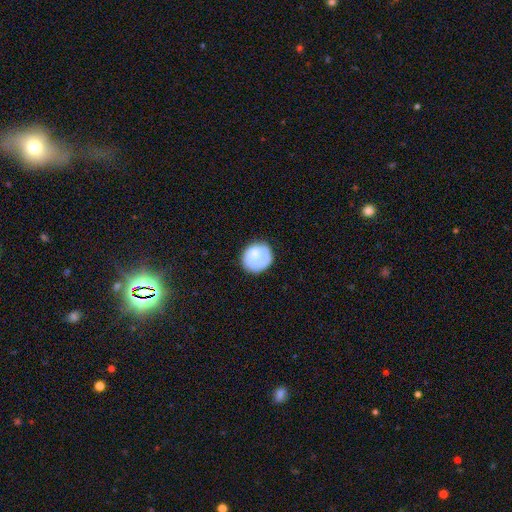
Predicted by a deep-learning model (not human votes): Smooth or featured? Predicted: smooth (p=0.55). How rounded? Predicted: round (p=0.78). Merging? Predicted: none (p=0.54).